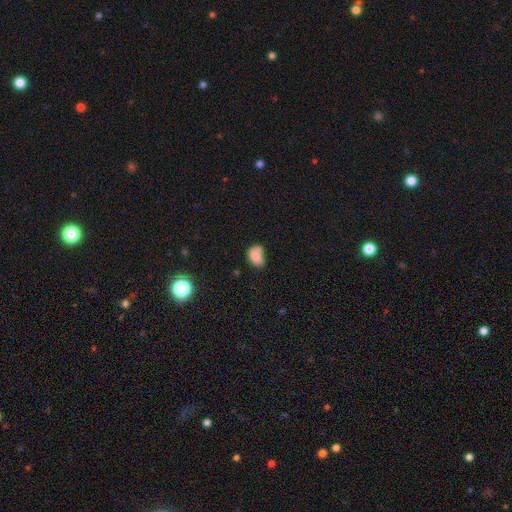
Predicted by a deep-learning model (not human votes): Smooth or featured? Predicted: smooth (p=0.75). How rounded? Predicted: in between (p=0.82). Merging? Predicted: none (p=0.36).